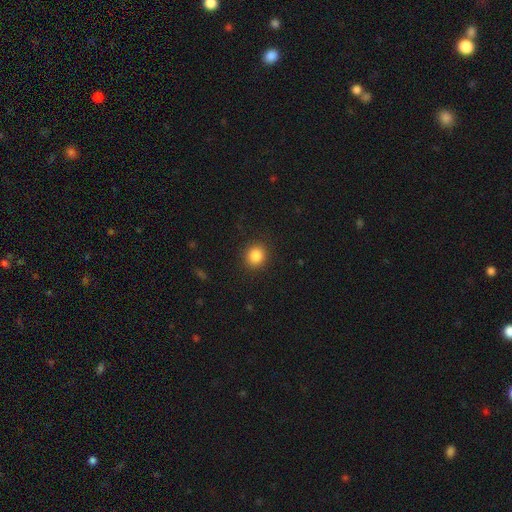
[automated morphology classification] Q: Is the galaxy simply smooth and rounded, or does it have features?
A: smooth — 86%.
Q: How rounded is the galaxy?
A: round — 84%.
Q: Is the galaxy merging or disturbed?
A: none — 90%.